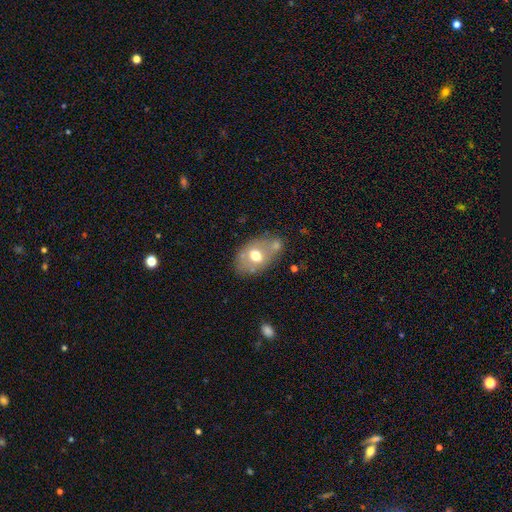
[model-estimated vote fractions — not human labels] smooth 58%, featured or disk 34%, star or artifact 8%. Down the decision tree: how rounded — in between (82%); merging — none (55%).